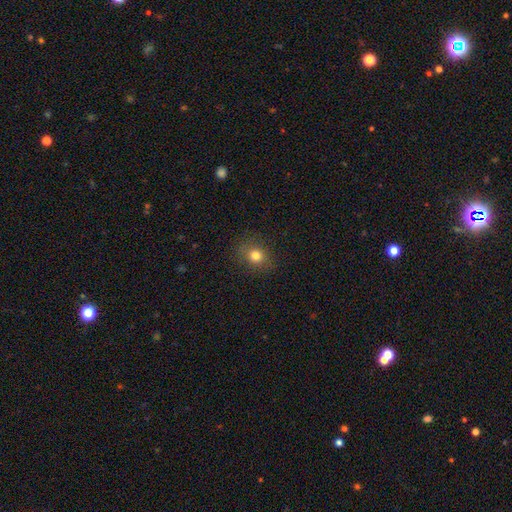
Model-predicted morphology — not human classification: Q: Smooth or featured?
A: smooth (78%); runner-up: star or artifact (14%)
Q: How rounded?
A: round (72%); runner-up: in between (27%)
Q: Merging?
A: none (86%); runner-up: minor disturbance (10%)